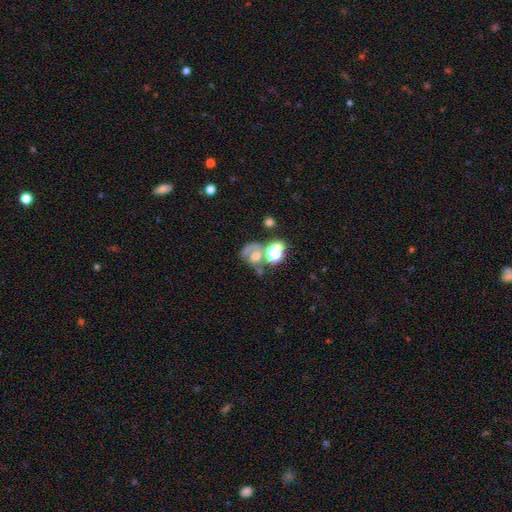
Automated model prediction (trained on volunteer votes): A featured or disk galaxy (40%). Merging: merger (35%).